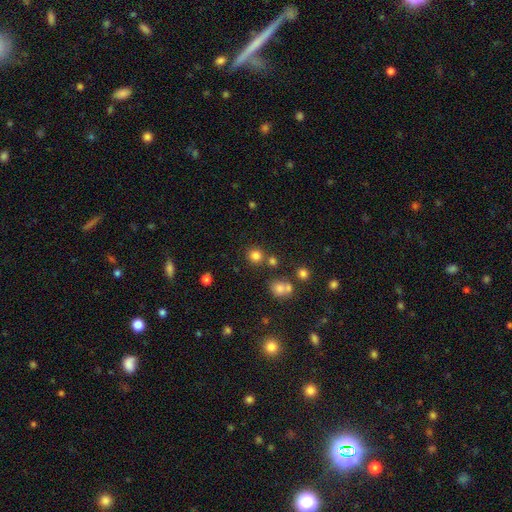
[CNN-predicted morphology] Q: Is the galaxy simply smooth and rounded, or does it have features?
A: smooth — 80%.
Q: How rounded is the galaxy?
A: round — 91%.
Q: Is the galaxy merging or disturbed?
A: none — 79%.